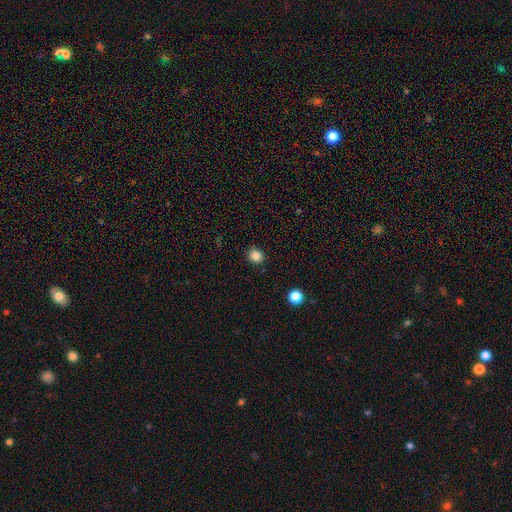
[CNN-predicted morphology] Smooth or featured: smooth — 84% (star or artifact — 12%)
How rounded: round — 78% (in between — 21%)
Merging: none — 90% (minor disturbance — 7%)